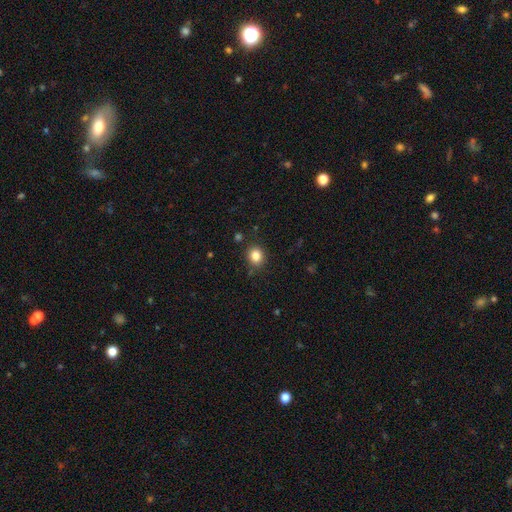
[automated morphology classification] smooth-or-featured: smooth: 83% | star or artifact: 11% | featured or disk: 5%
  how-rounded: round: 75% | in between: 24% | cigar-shaped: 1%
  merging: none: 85% | minor disturbance: 10% | major disturbance: 3% | merger: 2%